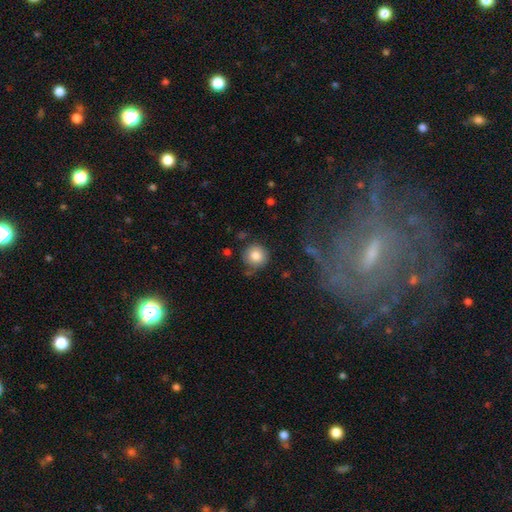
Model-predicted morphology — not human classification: This appears to be a smooth galaxy with no disk features (82%) that is round (93%). Merging: none (76%).